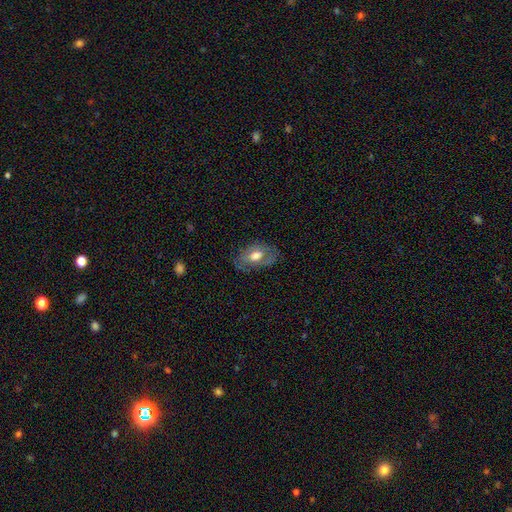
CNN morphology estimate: smooth-or-featured: smooth: 50% | featured or disk: 43% | star or artifact: 7%
  merging: none: 69% | minor disturbance: 21% | major disturbance: 8% | merger: 1%